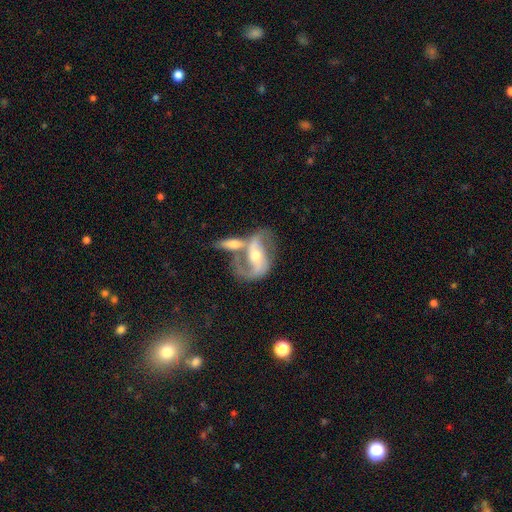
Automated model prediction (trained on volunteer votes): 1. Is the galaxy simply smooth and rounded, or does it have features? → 84% featured or disk, 11% smooth, 5% star or artifact.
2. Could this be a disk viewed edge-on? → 95% no, 5% yes.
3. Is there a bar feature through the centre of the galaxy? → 38% weak, 32% strong, 30% no.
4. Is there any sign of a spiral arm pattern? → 92% yes, 8% no.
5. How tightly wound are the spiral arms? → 44% medium, 42% loose, 14% tight.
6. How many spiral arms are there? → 86% 2, 5% 1, 5% can't tell, 2% 3, 1% 4, 1% more than 4.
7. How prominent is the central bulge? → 64% moderate, 29% small, 4% large, 1% none, 1% dominant.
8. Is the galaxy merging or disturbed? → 49% merger, 28% none, 12% minor disturbance, 11% major disturbance.